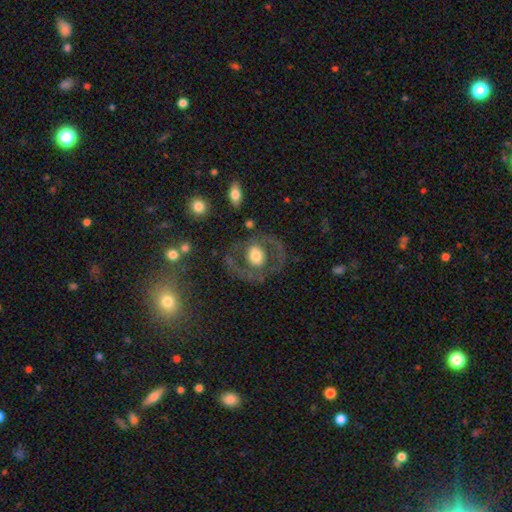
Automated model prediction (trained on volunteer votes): featured or disk 57%, smooth 36%, star or artifact 7%. Down the decision tree: edge-on disk — no (95%); bar — no (76%); spiral arms — no (67%); bulge size — moderate (52%); merging — none (71%).